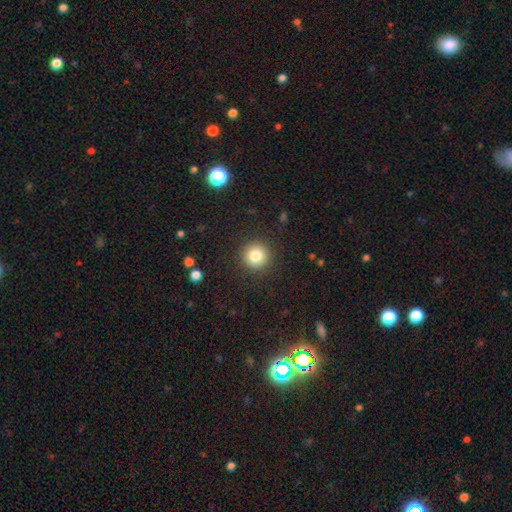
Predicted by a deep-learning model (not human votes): Smooth or featured? Predicted: smooth (p=0.82). How rounded? Predicted: round (p=0.95). Merging? Predicted: none (p=0.91).